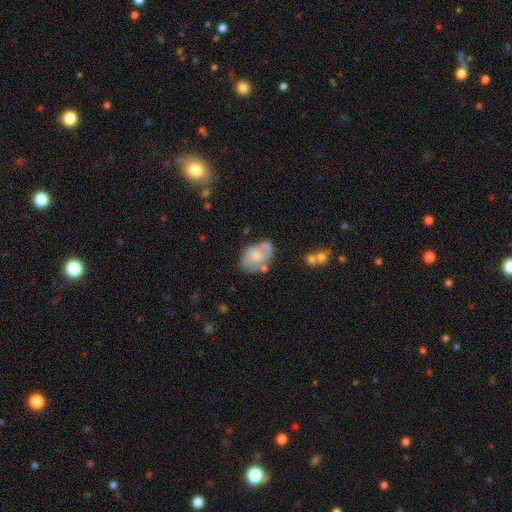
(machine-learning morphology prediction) Smooth or featured? Predicted: smooth (p=0.52). How rounded? Predicted: in between (p=0.84). Merging? Predicted: none (p=0.46).